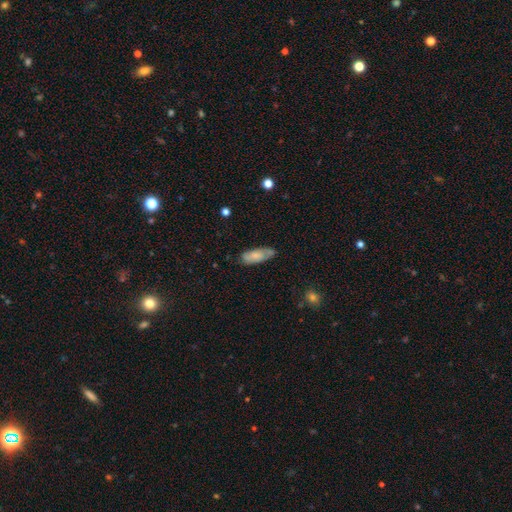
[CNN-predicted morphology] The model was most divided on "merging": none: 66%, minor disturbance: 25%, major disturbance: 5%, merger: 3%. More confident: how rounded — in between (70%); smooth or featured — smooth (68%).